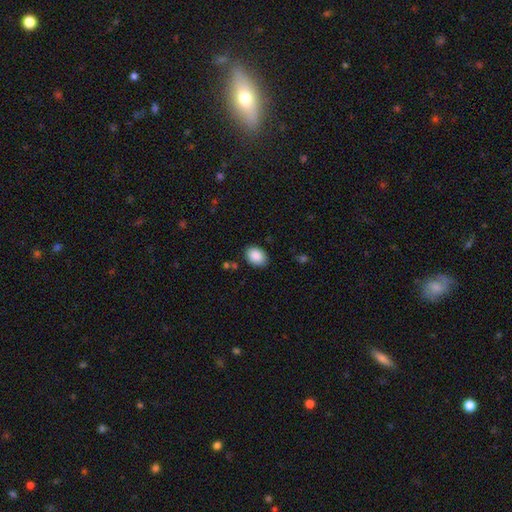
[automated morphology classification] smooth 89%, star or artifact 7%, featured or disk 4%. Down the decision tree: how rounded — in between (73%); merging — none (86%).